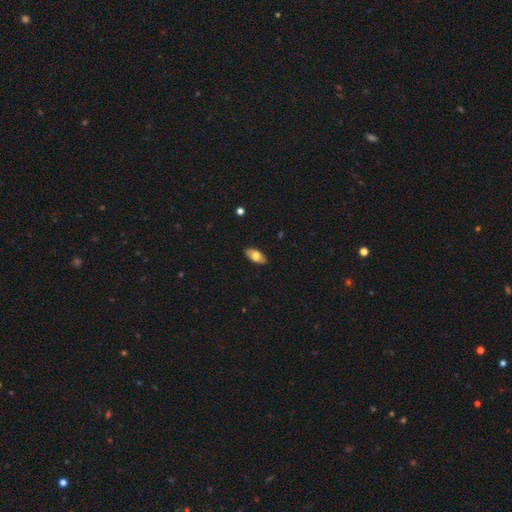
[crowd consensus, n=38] Smooth or featured?
  - smooth: 61% *
  - featured or disk: 39%
  - star or artifact: 0%
How rounded?
  - in between: 91% *
  - round: 4%
  - cigar-shaped: 4%
Merging?
  - none: 95% *
  - merger: 5%
  - minor disturbance: 0%
  - major disturbance: 0%